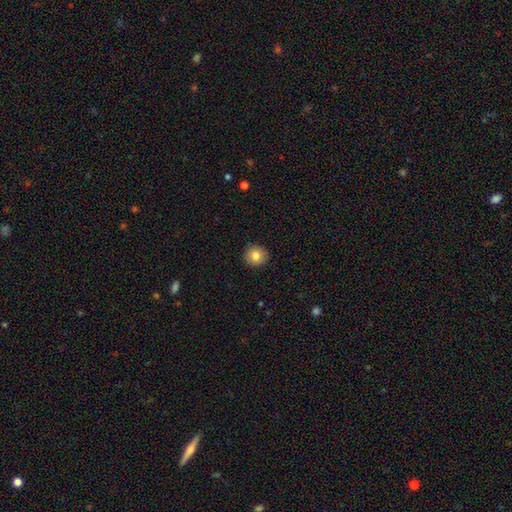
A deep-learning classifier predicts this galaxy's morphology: Q: Smooth or featured?
A: smooth (82%); runner-up: star or artifact (9%)
Q: How rounded?
A: round (91%); runner-up: in between (8%)
Q: Merging?
A: none (91%); runner-up: minor disturbance (6%)